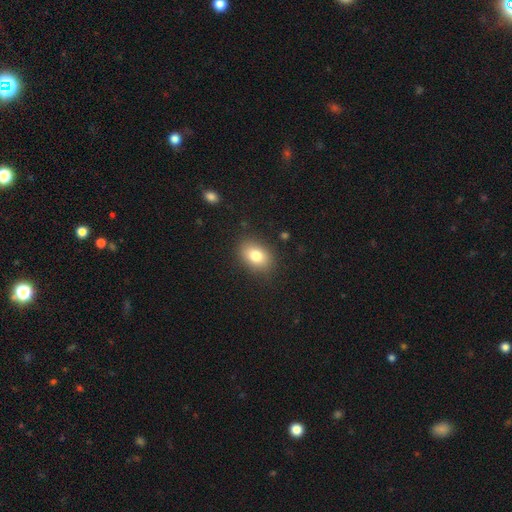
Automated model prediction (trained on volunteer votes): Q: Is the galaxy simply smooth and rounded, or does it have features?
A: smooth — 81%.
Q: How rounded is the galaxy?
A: in between — 77%.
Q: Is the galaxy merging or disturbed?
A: none — 85%.